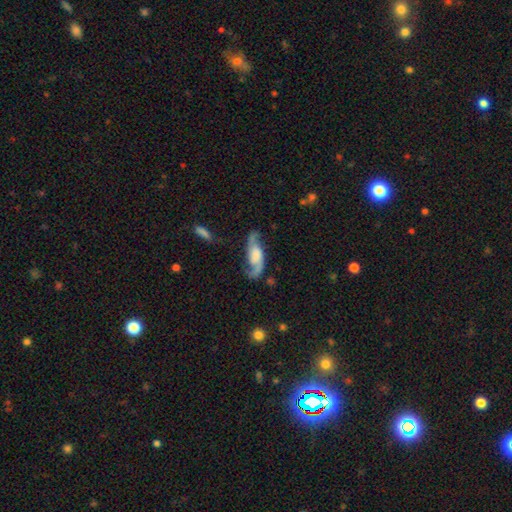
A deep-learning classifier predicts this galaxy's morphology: A featured or disk galaxy (82%) with no bar (53%), 2 (91%) loose (54%) spiral arms (96%) and a large central bulge (35%).

Vote fractions:
- Smooth or featured? featured or disk: 82% / smooth: 13% / star or artifact: 6%
- Edge-on disk? no: 92% / yes: 8%
- Bar? no: 53% / weak: 35% / strong: 12%
- Spiral arms? yes: 96% / no: 4%
- Spiral winding? loose: 54% / medium: 36% / tight: 9%
- Spiral arm count? 2: 91% / 1: 3% / can't tell: 3% / 3: 1% / 4: 1% / more than 4: 1%
- Bulge size? large: 35% / none: 25% / moderate: 21% / small: 13% / dominant: 5%
- Merging? none: 69% / minor disturbance: 19% / major disturbance: 9% / merger: 3%